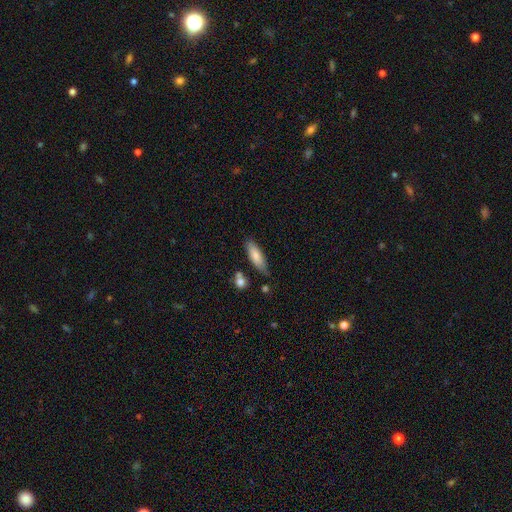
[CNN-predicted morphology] smooth-or-featured: smooth: 80% | featured or disk: 14% | star or artifact: 6%
  how-rounded: in between: 54% | cigar-shaped: 44% | round: 2%
  merging: none: 74% | minor disturbance: 17% | merger: 5% | major disturbance: 3%